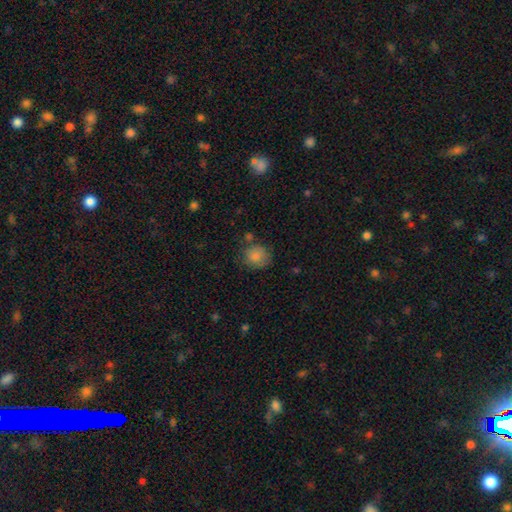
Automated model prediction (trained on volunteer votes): Smooth or featured? Predicted: smooth (p=0.85). How rounded? Predicted: round (p=0.84). Merging? Predicted: none (p=0.70).